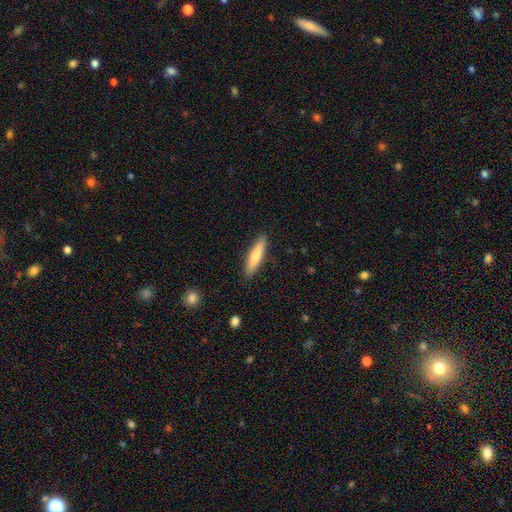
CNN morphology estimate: A smooth galaxy with no disk features (72%) that is cigar-shaped (83%).

Vote fractions:
- Smooth or featured? smooth: 72% / featured or disk: 22% / star or artifact: 5%
- How rounded? cigar-shaped: 83% / in between: 16% / round: 1%
- Merging? none: 90% / minor disturbance: 8% / major disturbance: 2% / merger: 1%